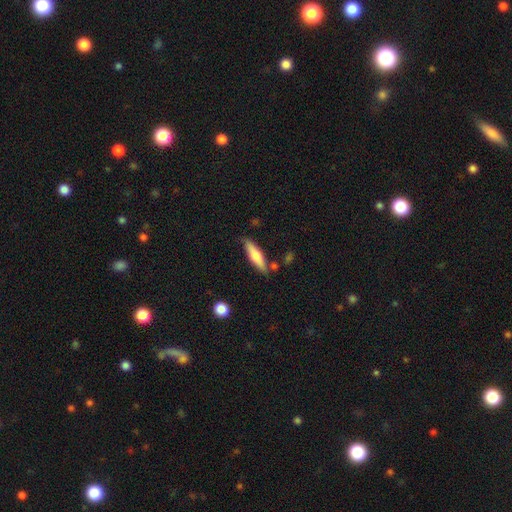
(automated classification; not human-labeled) smooth 67%, featured or disk 27%, star or artifact 6%. Down the decision tree: how rounded — cigar-shaped (69%); merging — none (77%).